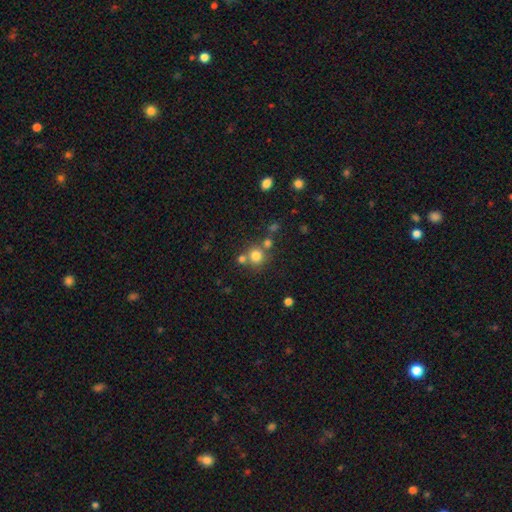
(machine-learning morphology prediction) Smooth or featured?
  - smooth: 77% *
  - star or artifact: 15%
  - featured or disk: 9%
How rounded?
  - round: 91% *
  - in between: 8%
  - cigar-shaped: 1%
Merging?
  - none: 66% *
  - merger: 21%
  - minor disturbance: 9%
  - major disturbance: 4%